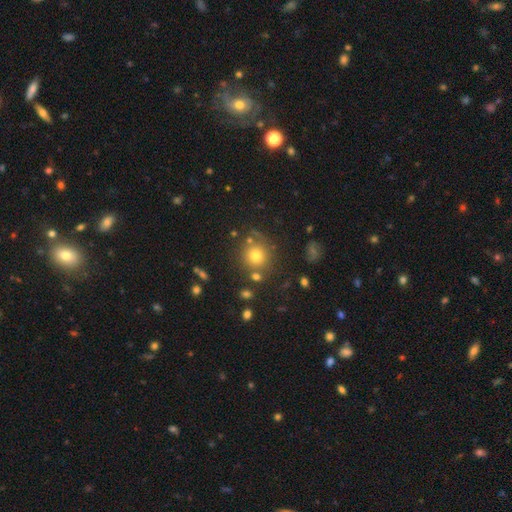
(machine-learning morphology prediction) A smooth galaxy with no disk features (75%) that is round (91%).

Vote fractions:
- Smooth or featured? smooth: 75% / star or artifact: 15% / featured or disk: 10%
- How rounded? round: 91% / in between: 8% / cigar-shaped: 1%
- Merging? none: 77% / minor disturbance: 10% / merger: 8% / major disturbance: 4%